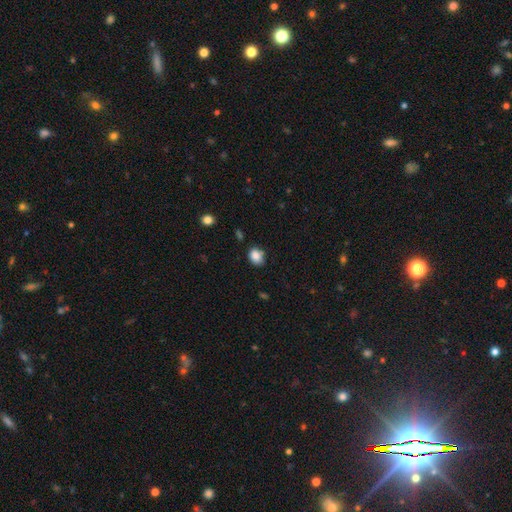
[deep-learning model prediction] smooth 85%, star or artifact 10%, featured or disk 5%. Down the decision tree: how rounded — in between (53%); merging — none (73%).